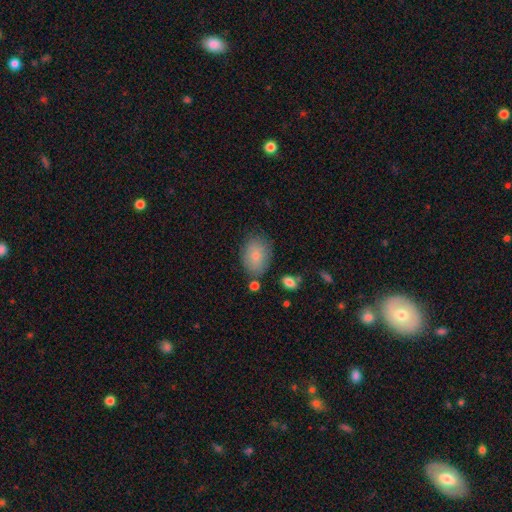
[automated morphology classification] Smooth or featured: smooth — 81% (featured or disk — 12%)
How rounded: in between — 77% (round — 21%)
Merging: none — 74% (minor disturbance — 17%)